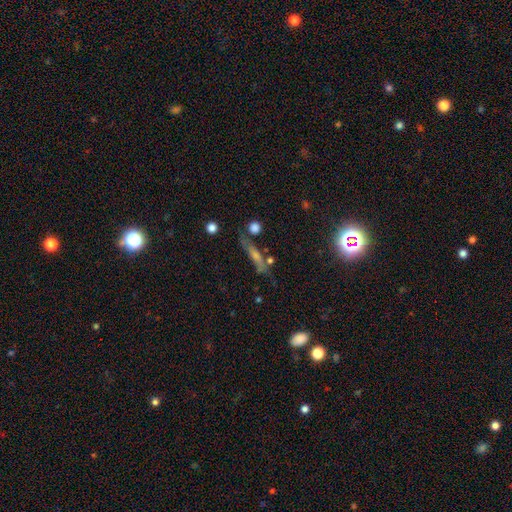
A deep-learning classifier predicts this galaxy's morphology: smooth-or-featured: featured or disk: 42% | smooth: 35% | star or artifact: 23%
  merging: none: 65% | minor disturbance: 18% | merger: 9% | major disturbance: 8%